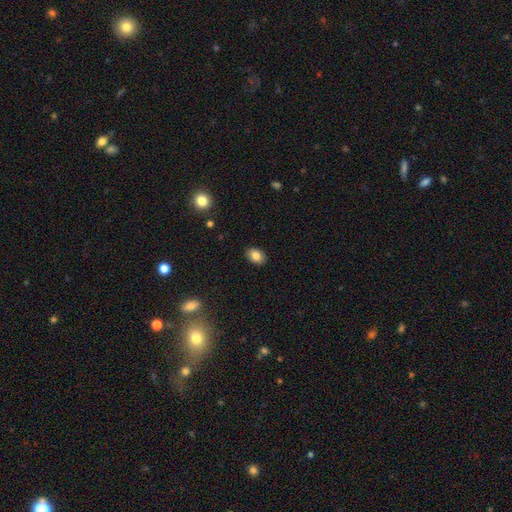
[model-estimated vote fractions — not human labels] Smooth or featured?
  - smooth: 84% *
  - star or artifact: 9%
  - featured or disk: 7%
How rounded?
  - in between: 79% *
  - round: 20%
  - cigar-shaped: 1%
Merging?
  - none: 89% *
  - minor disturbance: 8%
  - major disturbance: 2%
  - merger: 1%